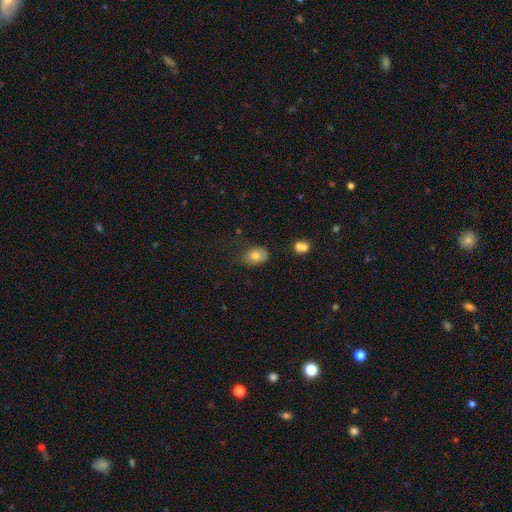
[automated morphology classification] A smooth galaxy with no disk features (76%) that is in between round and cigar-shaped (70%). Merging: none (55%).